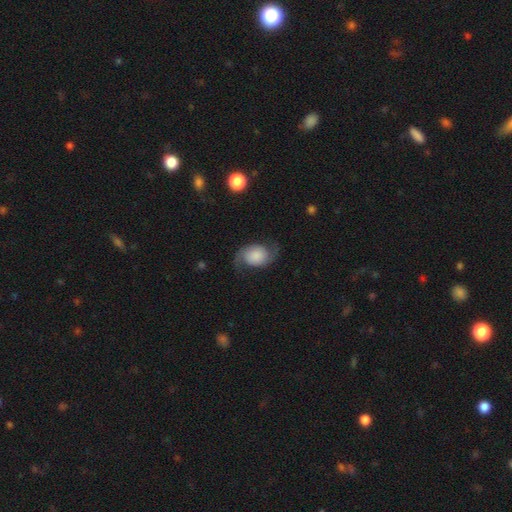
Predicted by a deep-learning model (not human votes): Smooth or featured? Predicted: featured or disk (p=0.73). Edge-on disk? Predicted: no (p=0.98). Bar? Predicted: no (p=0.75). Spiral arms? Predicted: yes (p=0.95). Spiral winding? Predicted: loose (p=0.57). Spiral arm count? Predicted: 2 (p=0.94). Bulge size? Predicted: none (p=0.25, tied with large). Merging? Predicted: none (p=0.74).